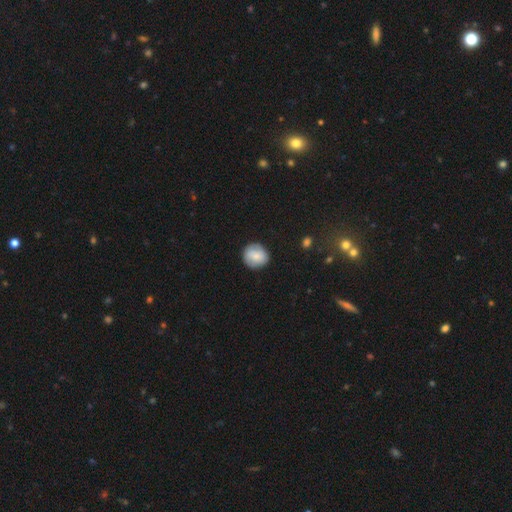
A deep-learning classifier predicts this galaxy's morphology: Q: Smooth or featured?
A: smooth (77%); runner-up: featured or disk (16%)
Q: How rounded?
A: round (85%); runner-up: in between (14%)
Q: Merging?
A: none (83%); runner-up: minor disturbance (13%)